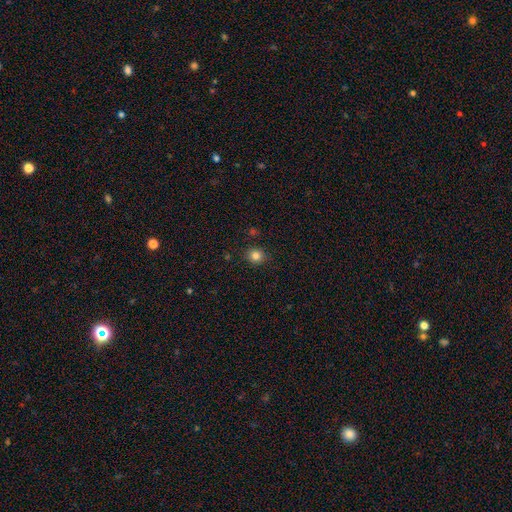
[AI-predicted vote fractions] Smooth or featured: smooth — 82% (star or artifact — 12%)
How rounded: round — 81% (in between — 18%)
Merging: none — 89% (minor disturbance — 8%)